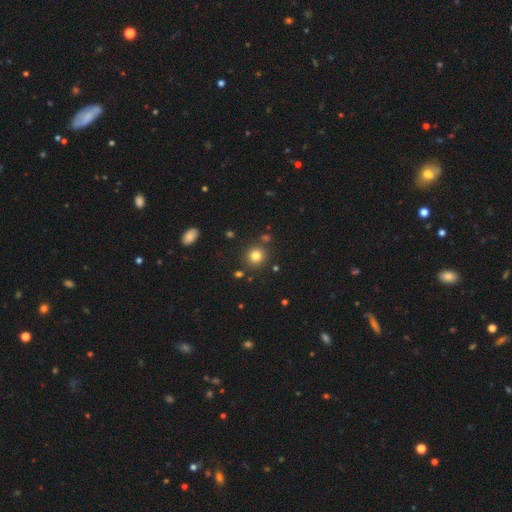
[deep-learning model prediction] Smooth or featured?
  - smooth: 81% *
  - star or artifact: 13%
  - featured or disk: 7%
How rounded?
  - round: 90% *
  - in between: 9%
  - cigar-shaped: 1%
Merging?
  - none: 85% *
  - minor disturbance: 7%
  - merger: 5%
  - major disturbance: 3%